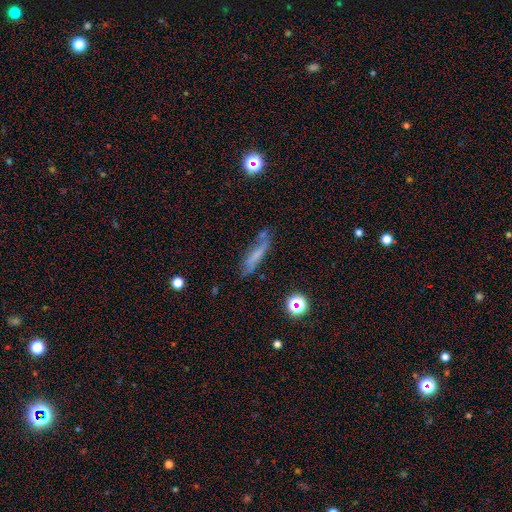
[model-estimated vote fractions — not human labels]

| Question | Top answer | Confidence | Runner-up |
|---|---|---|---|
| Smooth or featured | smooth | 55% | featured or disk (31%) |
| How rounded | cigar-shaped | 80% | in between (16%) |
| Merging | none | 63% | minor disturbance (22%) |